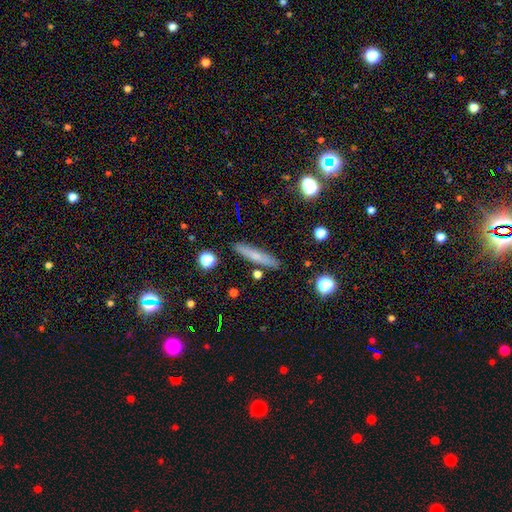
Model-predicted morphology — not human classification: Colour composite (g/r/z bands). It shows a smooth galaxy with no disk features (64%) that is cigar-shaped (91%). Merging: none (88%).